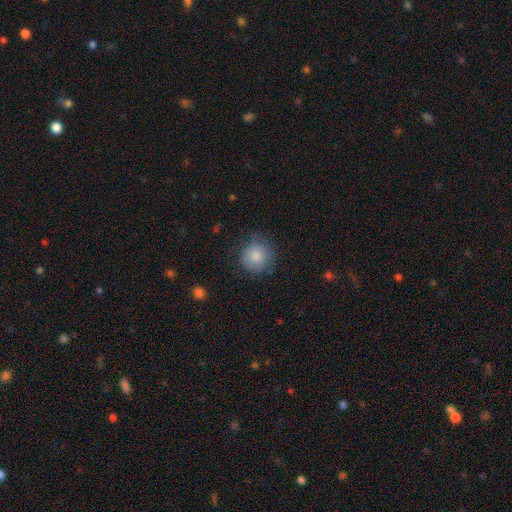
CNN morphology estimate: Overall: smooth (84%). How rounded: round (91%). Merging: none (75%).